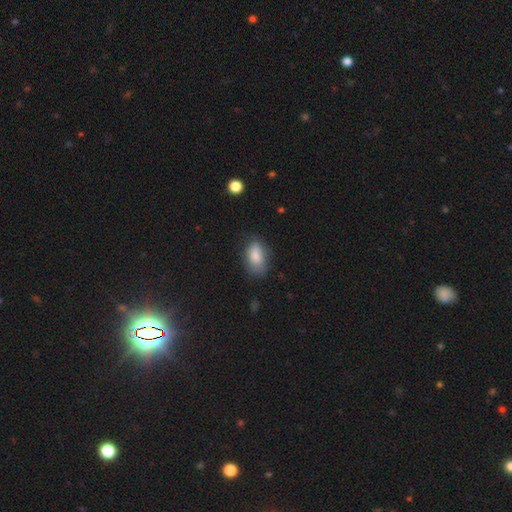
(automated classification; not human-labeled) Smooth or featured: smooth — 83% (featured or disk — 10%)
How rounded: in between — 90% (round — 7%)
Merging: none — 68% (minor disturbance — 24%)